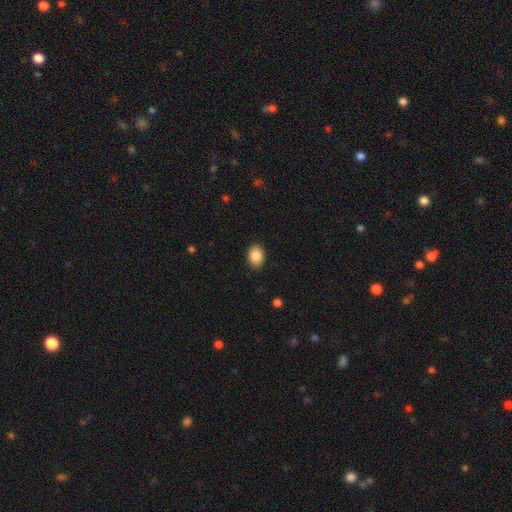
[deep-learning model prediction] Smooth or featured?
  - smooth: 87% *
  - star or artifact: 8%
  - featured or disk: 5%
How rounded?
  - in between: 74% *
  - round: 25%
  - cigar-shaped: 1%
Merging?
  - none: 88% *
  - minor disturbance: 9%
  - major disturbance: 2%
  - merger: 1%